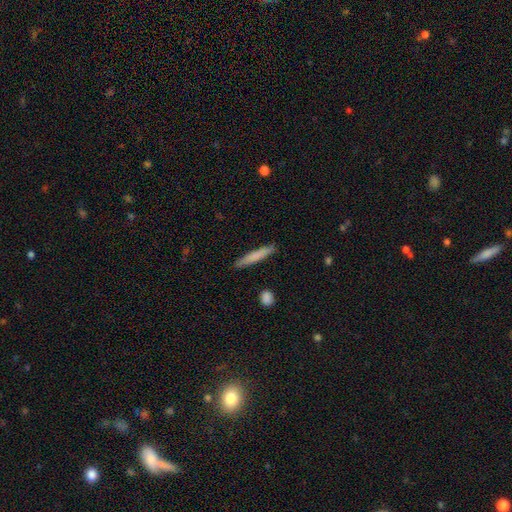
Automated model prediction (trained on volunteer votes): smooth_or_featured: smooth (p=0.75) [alt: featured or disk p=0.20]
how_rounded: cigar-shaped (p=0.94) [alt: in between p=0.05]
merging: none (p=0.89) [alt: minor disturbance p=0.08]